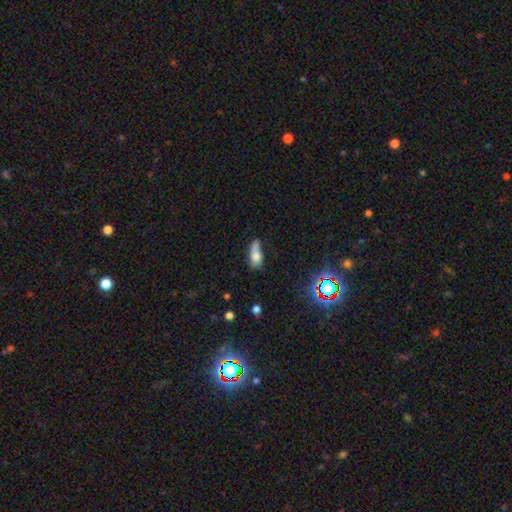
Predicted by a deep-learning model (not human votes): A smooth galaxy with no disk features (68%) that is in between round and cigar-shaped (77%).

Vote fractions:
- Smooth or featured? smooth: 68% / featured or disk: 21% / star or artifact: 12%
- How rounded? in between: 77% / cigar-shaped: 15% / round: 8%
- Merging? minor disturbance: 33% / none: 31% / major disturbance: 23% / merger: 13%